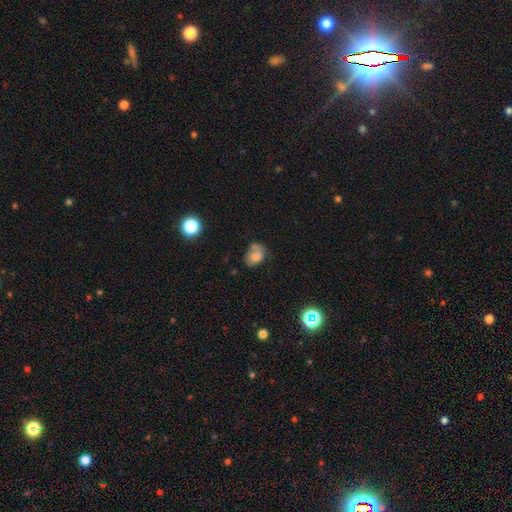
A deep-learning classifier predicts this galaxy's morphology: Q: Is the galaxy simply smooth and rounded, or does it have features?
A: smooth — 73%.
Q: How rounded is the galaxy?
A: in between — 68%.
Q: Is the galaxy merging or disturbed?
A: none — 42%.